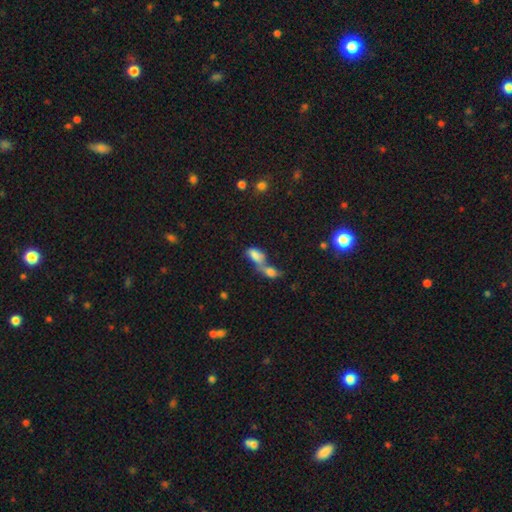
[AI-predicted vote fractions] smooth 75%, featured or disk 14%, star or artifact 11%. Down the decision tree: how rounded — in between (88%); merging — merger (76%).